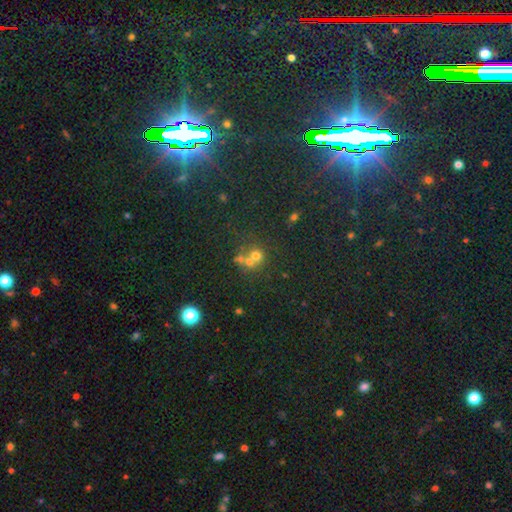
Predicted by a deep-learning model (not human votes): Morphology: type=smooth (58%); roundness=round (84%); merging=merger (47%).